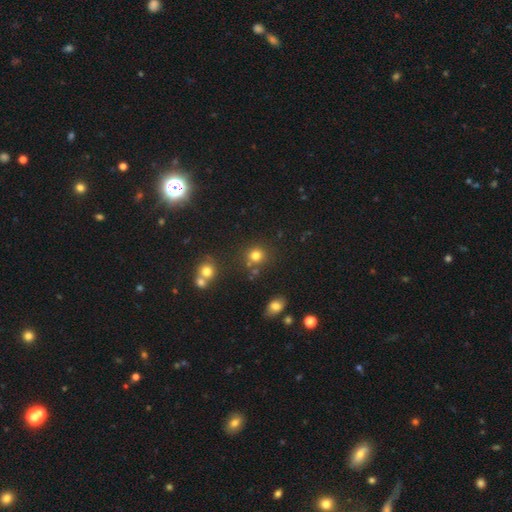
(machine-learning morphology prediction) This appears to be a smooth galaxy with no disk features (77%) that is round (88%). Merging: none (76%).